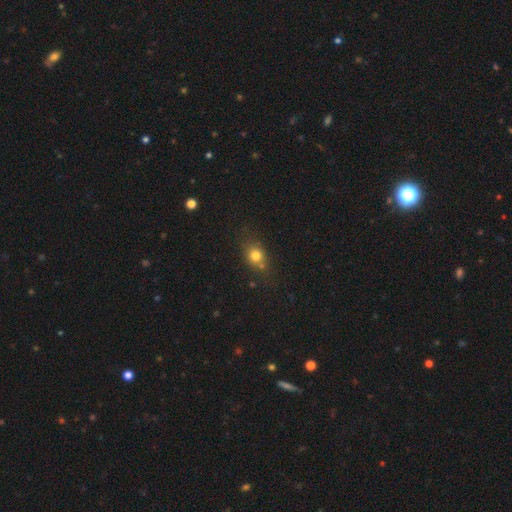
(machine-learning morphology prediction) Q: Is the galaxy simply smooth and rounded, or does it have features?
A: smooth — 77%.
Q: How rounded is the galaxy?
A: round — 60%.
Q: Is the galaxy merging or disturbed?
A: none — 63%.